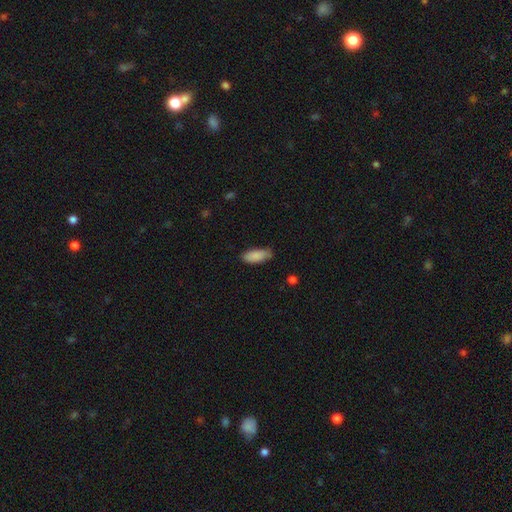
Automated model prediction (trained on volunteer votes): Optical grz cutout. It shows a smooth galaxy with no disk features (88%) that is in between round and cigar-shaped (80%). Merging: none (74%).